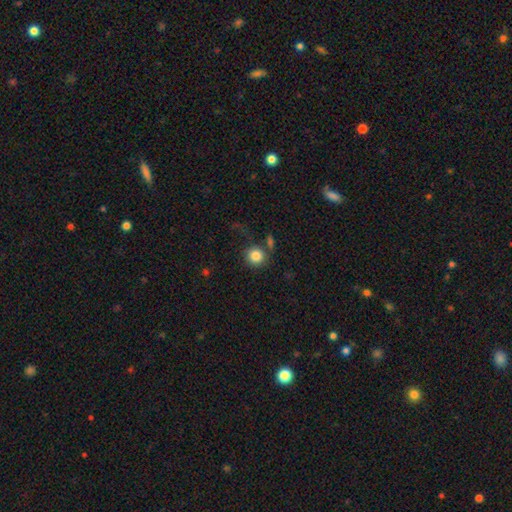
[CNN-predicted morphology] This appears to be a smooth galaxy with no disk features (84%) that is round (92%). Merging: none (75%).